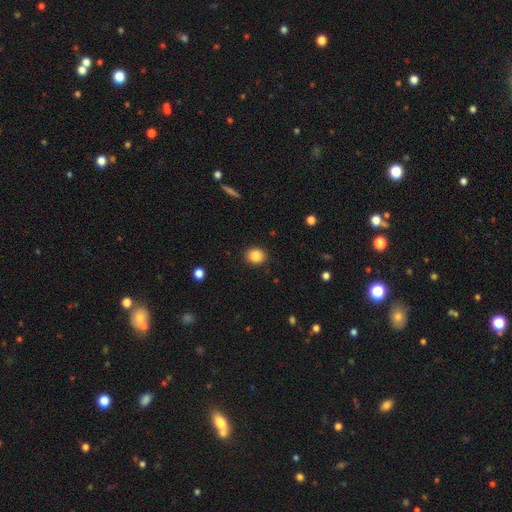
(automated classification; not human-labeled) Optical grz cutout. It shows a smooth galaxy with no disk features (87%) that is round (72%). Merging: none (90%).